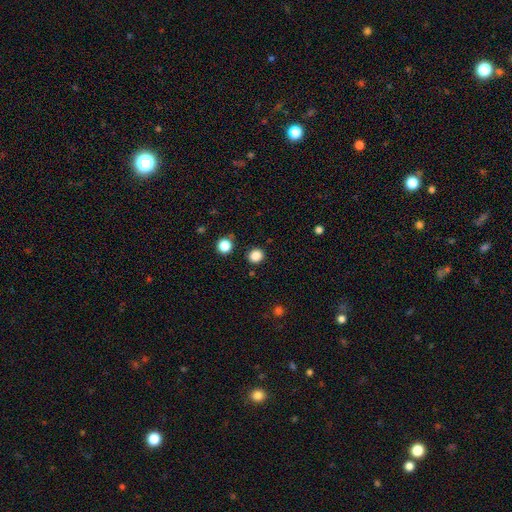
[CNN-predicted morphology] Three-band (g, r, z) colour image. It shows a smooth galaxy with no disk features (85%) that is round (88%). Merging: none (90%).